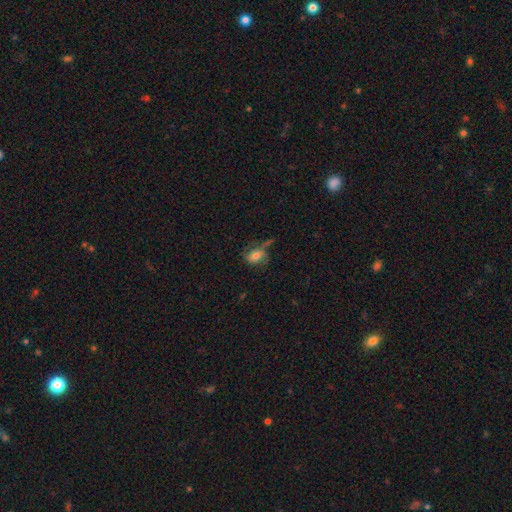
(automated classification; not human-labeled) This is possibly a featured or disk galaxy (49%). Merging: marginally none (44%).